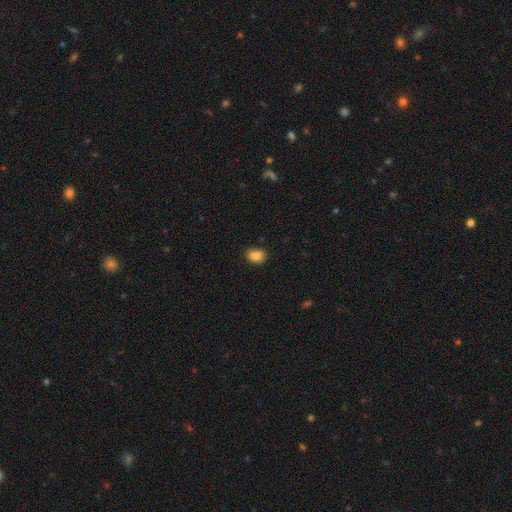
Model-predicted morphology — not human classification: The model was most divided on "how rounded": in between: 65%, round: 34%, cigar-shaped: 1%. More confident: smooth or featured — smooth (85%); merging — none (85%).